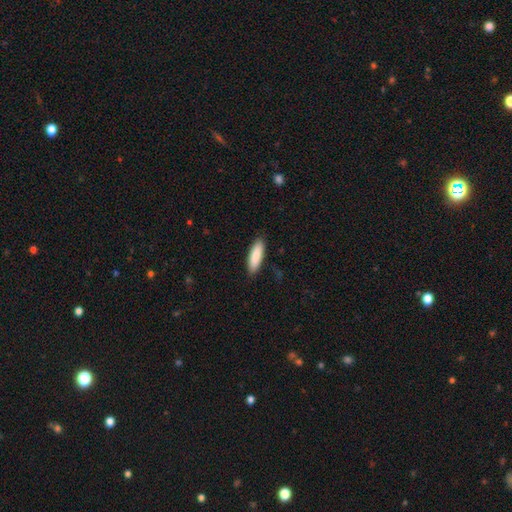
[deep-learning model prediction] Overall: smooth (87%). How rounded: in between (49%, tied with cigar-shaped). Merging: none (87%).